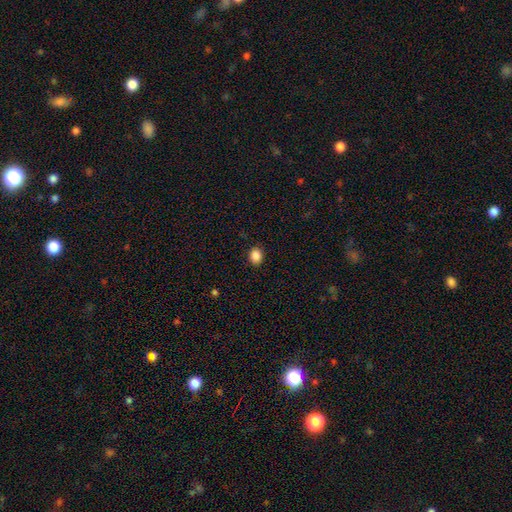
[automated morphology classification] Smooth or featured?
  - smooth: 88% *
  - star or artifact: 10%
  - featured or disk: 3%
How rounded?
  - round: 55% *
  - in between: 44%
  - cigar-shaped: 1%
Merging?
  - none: 91% *
  - minor disturbance: 7%
  - major disturbance: 2%
  - merger: 1%